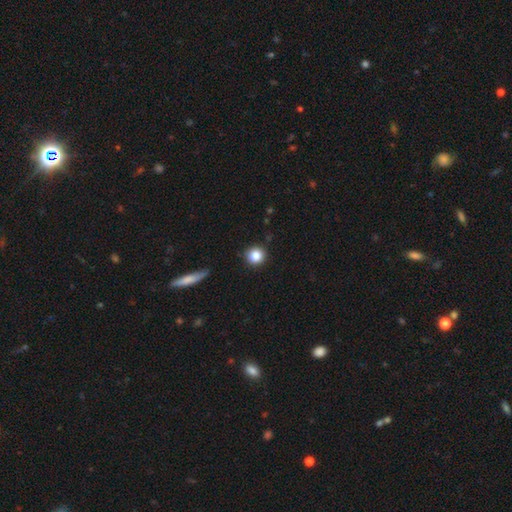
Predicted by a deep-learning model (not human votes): smooth 84%, star or artifact 11%, featured or disk 5%. Down the decision tree: how rounded — round (93%); merging — none (91%).